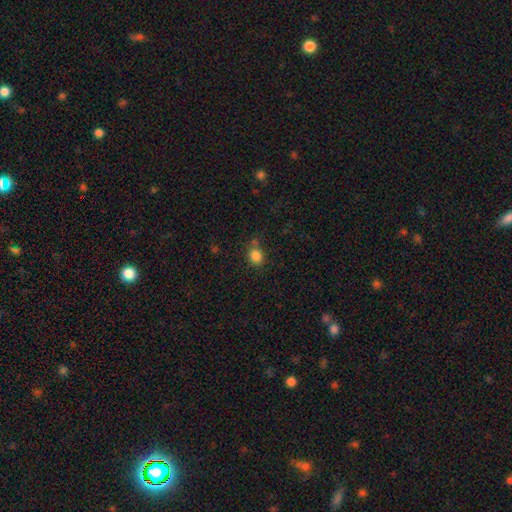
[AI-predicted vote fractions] Smooth or featured?
  - smooth: 84% *
  - star or artifact: 11%
  - featured or disk: 5%
How rounded?
  - round: 71% *
  - in between: 28%
  - cigar-shaped: 1%
Merging?
  - none: 67% *
  - minor disturbance: 18%
  - merger: 10%
  - major disturbance: 6%